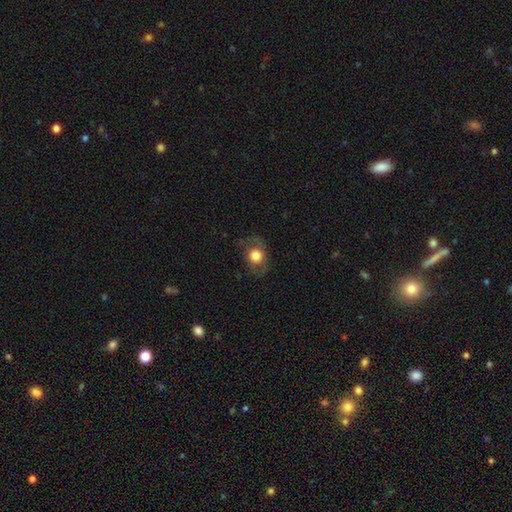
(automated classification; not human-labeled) smooth-or-featured: smooth: 71% | featured or disk: 20% | star or artifact: 9%
  how-rounded: round: 66% | in between: 32% | cigar-shaped: 1%
  merging: none: 69% | minor disturbance: 19% | major disturbance: 11% | merger: 1%